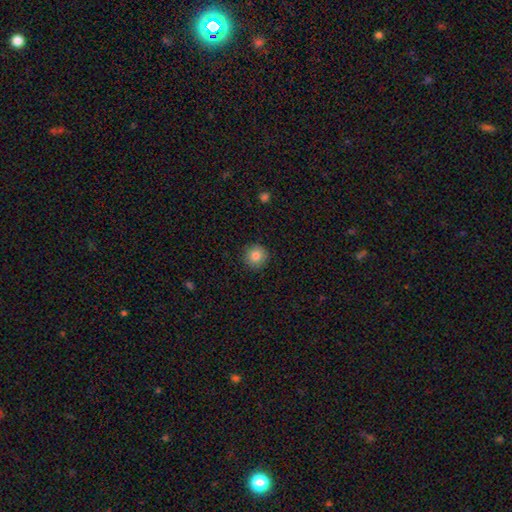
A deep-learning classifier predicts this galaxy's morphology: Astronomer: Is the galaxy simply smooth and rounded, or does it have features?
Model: smooth — 83%.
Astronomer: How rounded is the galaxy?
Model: round — 95%.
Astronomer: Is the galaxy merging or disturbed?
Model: none — 91%.